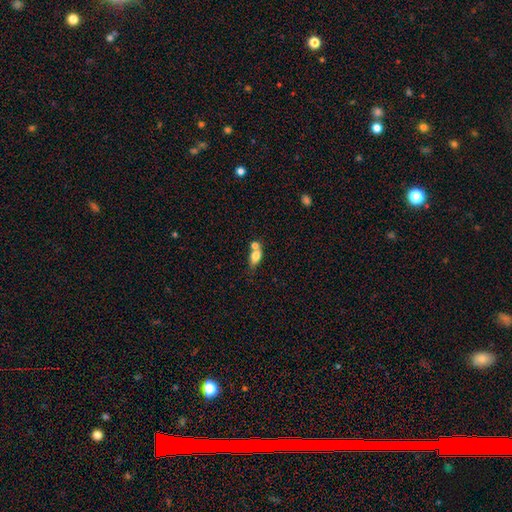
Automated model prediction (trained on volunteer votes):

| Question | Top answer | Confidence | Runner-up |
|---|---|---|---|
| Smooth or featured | smooth | 76% | featured or disk (15%) |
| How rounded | in between | 77% | round (14%) |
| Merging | merger | 45% | none (36%) |